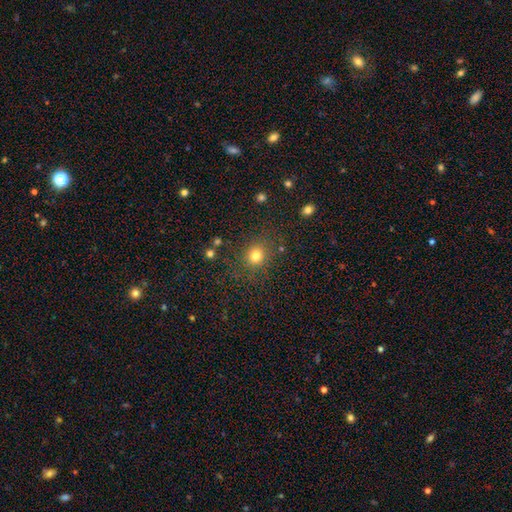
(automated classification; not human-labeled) This is likely a smooth galaxy (78%). How rounded: clearly round (83%). Merging: clearly none (82%).